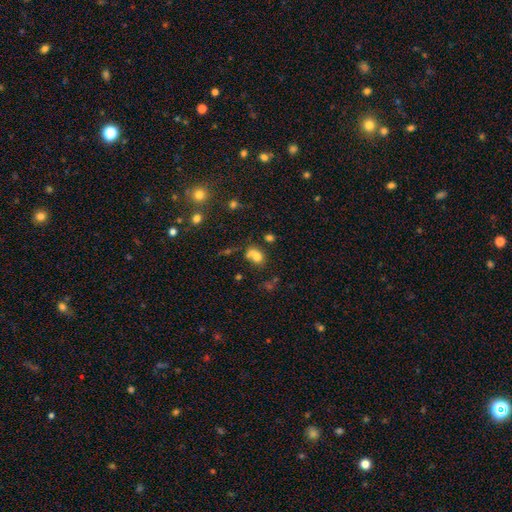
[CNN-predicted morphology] Smooth or featured? Predicted: smooth (p=0.70). How rounded? Predicted: round (p=0.57). Merging? Predicted: merger (p=0.48).